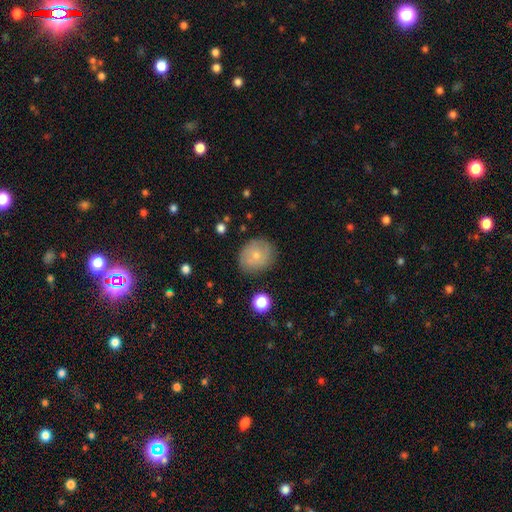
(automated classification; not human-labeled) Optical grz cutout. It shows a smooth galaxy with no disk features (61%) that is round (74%). Merging: none (76%).